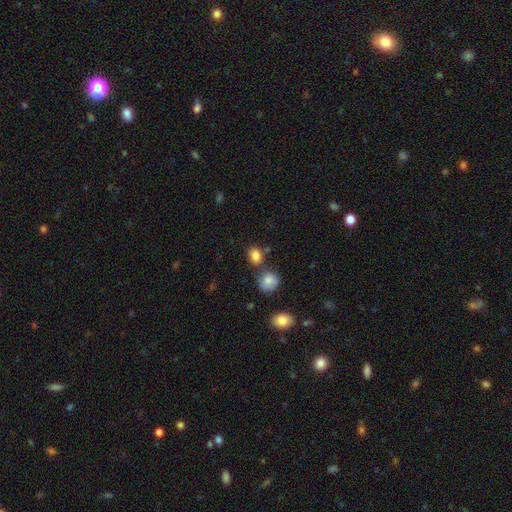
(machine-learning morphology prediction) Smooth or featured? smooth (84%)
How rounded? in between (58%)
Merging? none (64%)